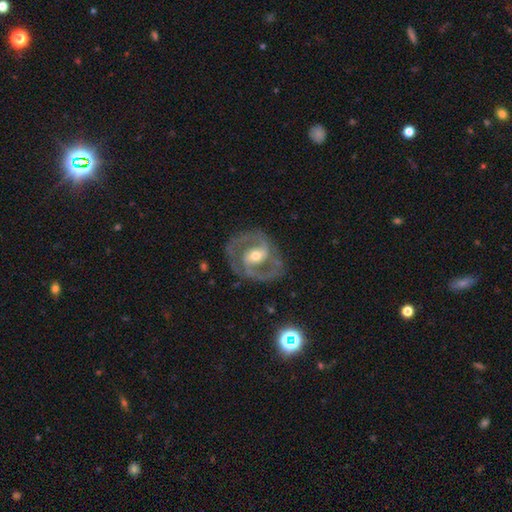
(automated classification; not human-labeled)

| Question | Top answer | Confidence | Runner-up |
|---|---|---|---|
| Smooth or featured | featured or disk | 87% | smooth (8%) |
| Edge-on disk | no | 97% | yes (3%) |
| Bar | weak | 42% | strong (33%) |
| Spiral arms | yes | 90% | no (10%) |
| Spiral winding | medium | 56% | tight (28%) |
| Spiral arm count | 2 | 88% | can't tell (5%) |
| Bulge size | moderate | 68% | small (25%) |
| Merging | none | 76% | minor disturbance (15%) |